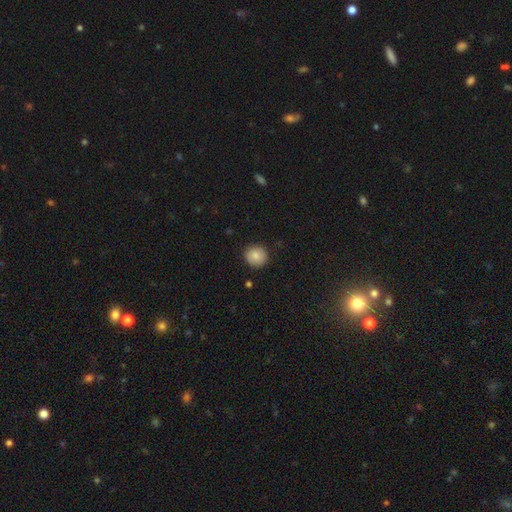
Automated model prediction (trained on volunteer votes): This is clearly a smooth galaxy (83%). How rounded: clearly round (91%). Merging: clearly none (89%).